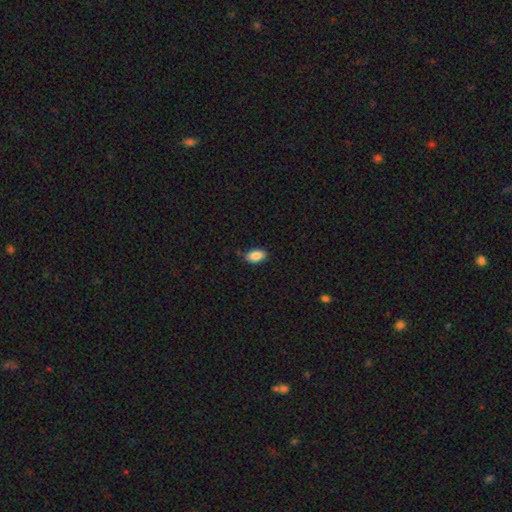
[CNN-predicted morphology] This appears to be a smooth galaxy with no disk features (88%) that is in between round and cigar-shaped (92%). Merging: none (85%).